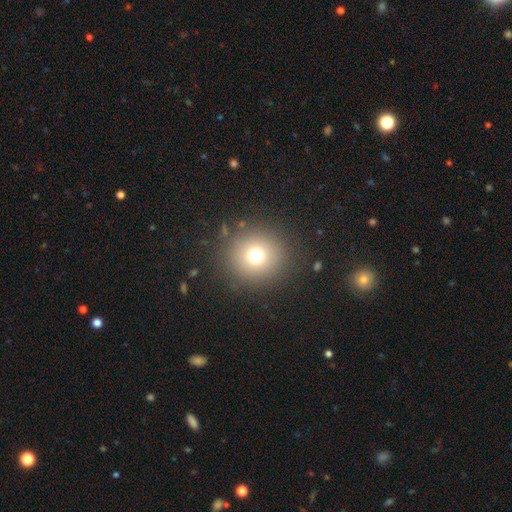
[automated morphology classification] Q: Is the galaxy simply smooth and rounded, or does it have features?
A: smooth — 71%.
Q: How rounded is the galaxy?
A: round — 94%.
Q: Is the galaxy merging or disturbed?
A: none — 88%.